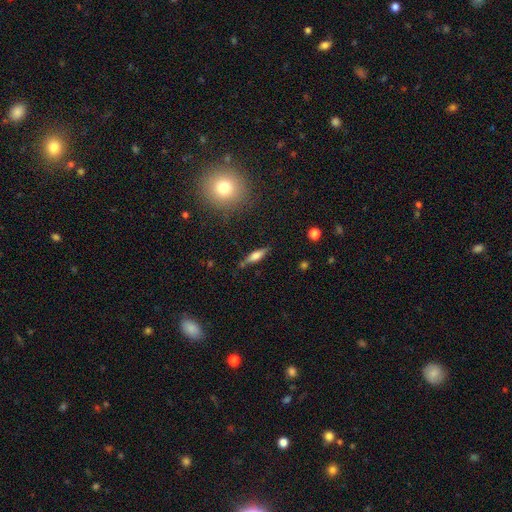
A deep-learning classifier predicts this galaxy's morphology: Q: Smooth or featured?
A: smooth (54%); runner-up: featured or disk (37%)
Q: How rounded?
A: cigar-shaped (61%); runner-up: in between (36%)
Q: Merging?
A: none (79%); runner-up: minor disturbance (14%)